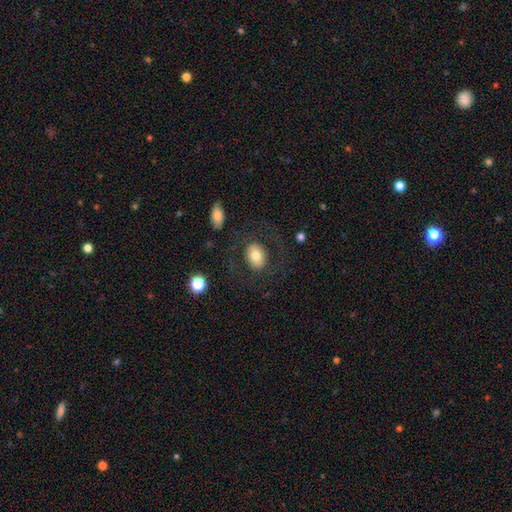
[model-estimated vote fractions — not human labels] The model was most divided on "how rounded": in between: 67%, round: 32%, cigar-shaped: 1%. More confident: merging — none (75%); smooth or featured — smooth (69%).